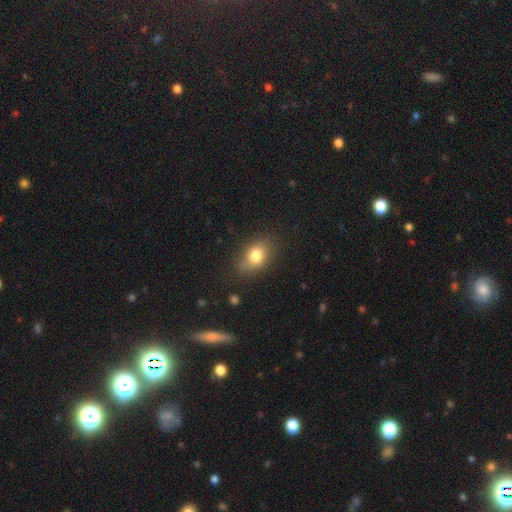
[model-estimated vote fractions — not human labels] Smooth or featured: smooth — 78% (featured or disk — 12%)
How rounded: in between — 71% (round — 27%)
Merging: none — 72% (minor disturbance — 20%)